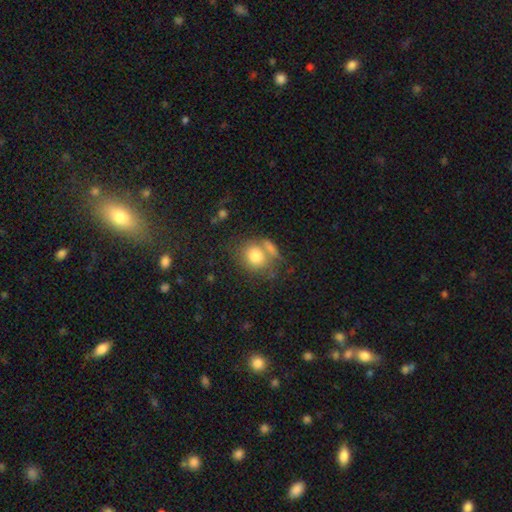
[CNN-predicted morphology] type=smooth (79%); roundness=round (69%); merging=none (48%).